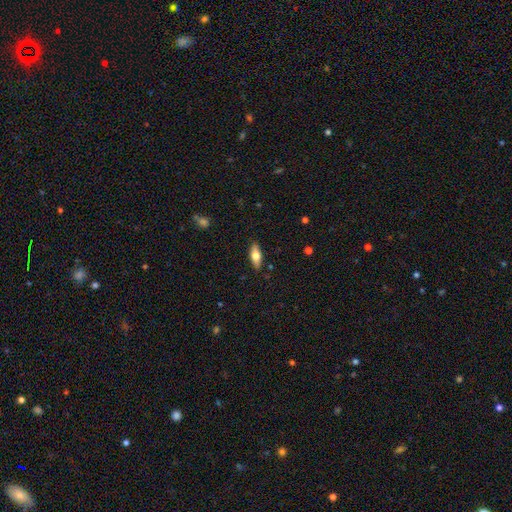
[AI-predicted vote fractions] A smooth galaxy with no disk features (58%) that is in between round and cigar-shaped (67%).

Vote fractions:
- Smooth or featured? smooth: 58% / featured or disk: 36% / star or artifact: 6%
- How rounded? in between: 67% / cigar-shaped: 30% / round: 3%
- Merging? none: 88% / minor disturbance: 9% / major disturbance: 2% / merger: 1%